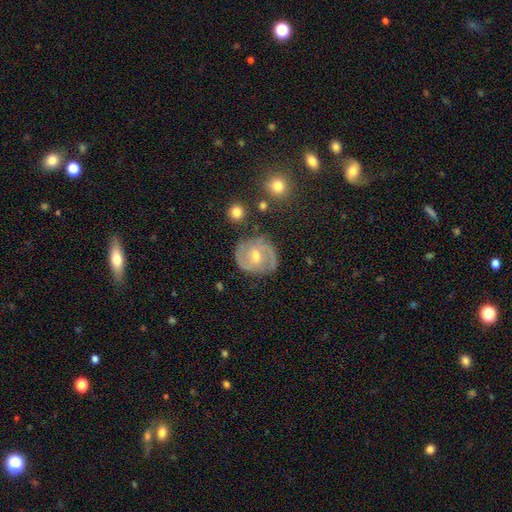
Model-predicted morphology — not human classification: featured or disk 81%, smooth 13%, star or artifact 6%. Down the decision tree: edge-on disk — no (97%); bar — weak (51%); spiral arms — yes (93%); spiral arm count — 2 (82%); spiral winding — medium (47%); bulge size — moderate (57%); merging — none (79%).